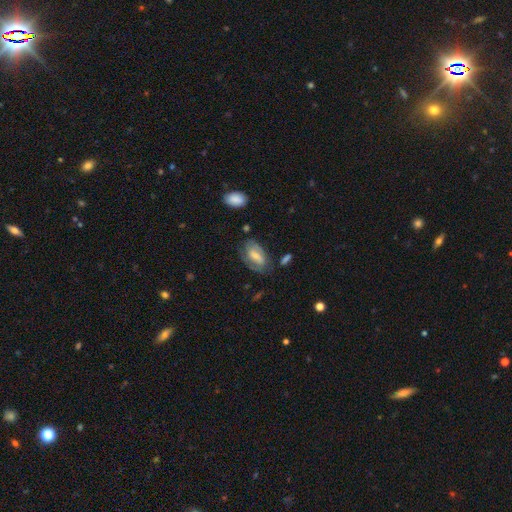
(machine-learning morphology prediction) Overall: featured or disk (50%; smooth 43%). Edge-on disk: no (93%). Merging: none (63%).